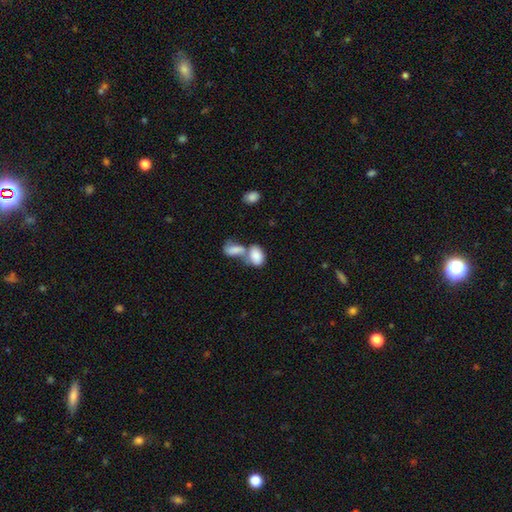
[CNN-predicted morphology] type=smooth (83%); roundness=in between (90%); merging=merger (62%).